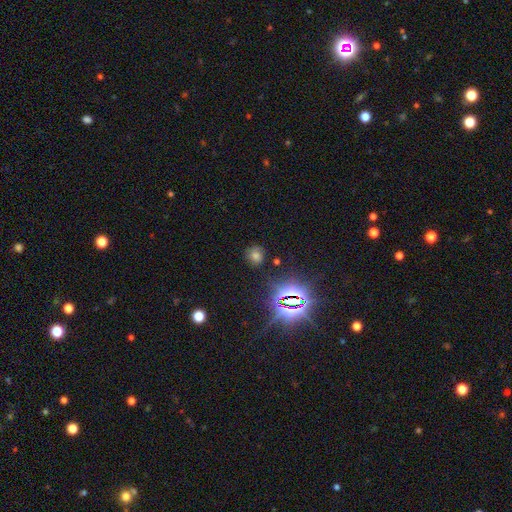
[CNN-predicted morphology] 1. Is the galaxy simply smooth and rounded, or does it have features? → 51% smooth, 39% star or artifact, 9% featured or disk.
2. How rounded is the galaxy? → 82% round, 17% in between, 1% cigar-shaped.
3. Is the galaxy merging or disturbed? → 82% none, 11% minor disturbance, 4% major disturbance, 3% merger.